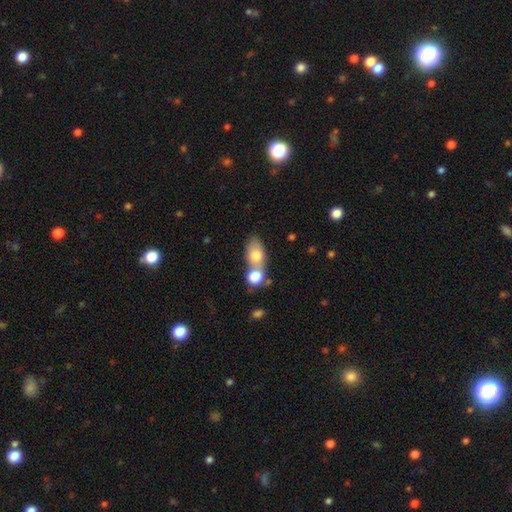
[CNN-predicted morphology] Smooth or featured: smooth — 75% (featured or disk — 17%)
How rounded: in between — 79% (round — 16%)
Merging: merger — 54% (none — 31%)